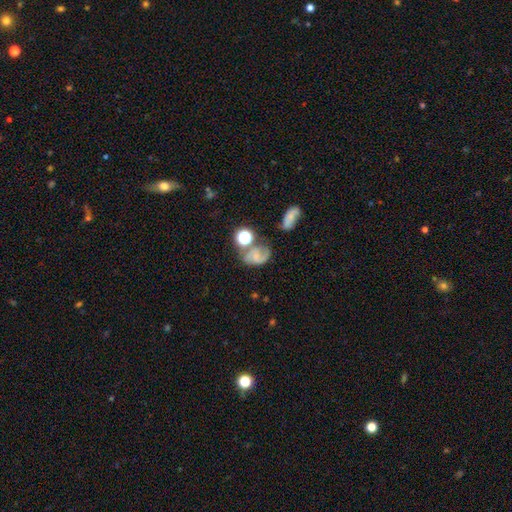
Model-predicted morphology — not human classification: smooth-or-featured: featured or disk: 46% | smooth: 36% | star or artifact: 17%
  merging: none: 42% | minor disturbance: 22% | merger: 19% | major disturbance: 17%